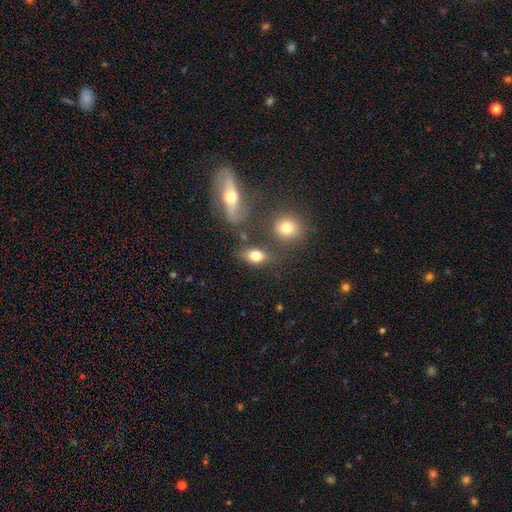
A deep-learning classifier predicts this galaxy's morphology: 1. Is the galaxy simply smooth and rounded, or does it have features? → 76% smooth, 14% featured or disk, 10% star or artifact.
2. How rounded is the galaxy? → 77% in between, 18% round, 5% cigar-shaped.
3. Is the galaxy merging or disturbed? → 65% none, 16% minor disturbance, 13% merger, 7% major disturbance.